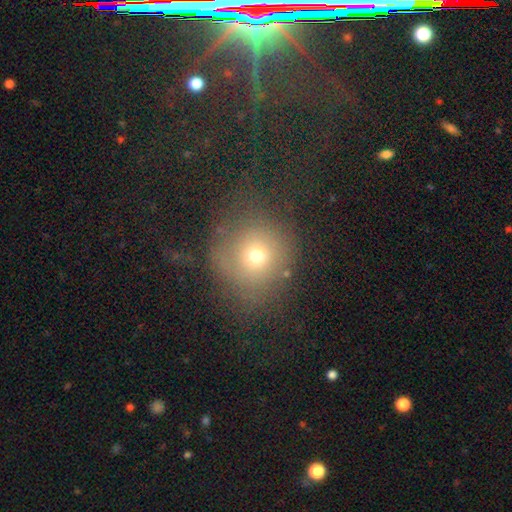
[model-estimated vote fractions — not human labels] smooth_or_featured: smooth (p=0.65) [alt: star or artifact p=0.18]
how_rounded: round (p=0.89) [alt: in between p=0.10]
merging: none (p=0.70) [alt: minor disturbance p=0.16]